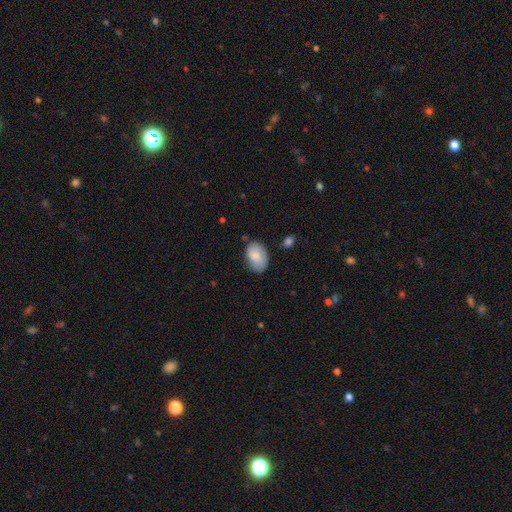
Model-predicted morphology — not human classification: Overall: smooth (82%). How rounded: in between (88%). Merging: none (65%; minor disturbance 26%).